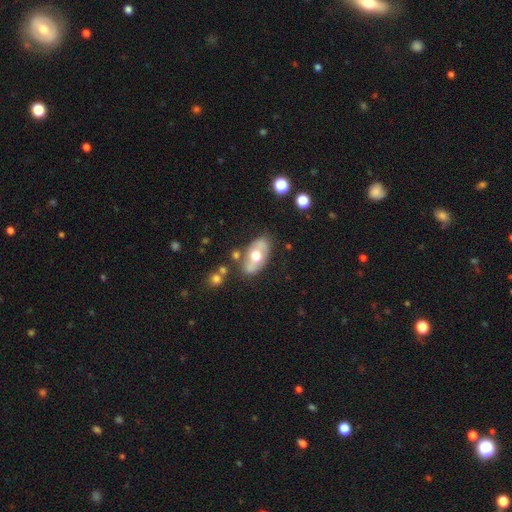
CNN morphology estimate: This is possibly a featured or disk galaxy (47%, tied with smooth). Merging: likely none (72%).